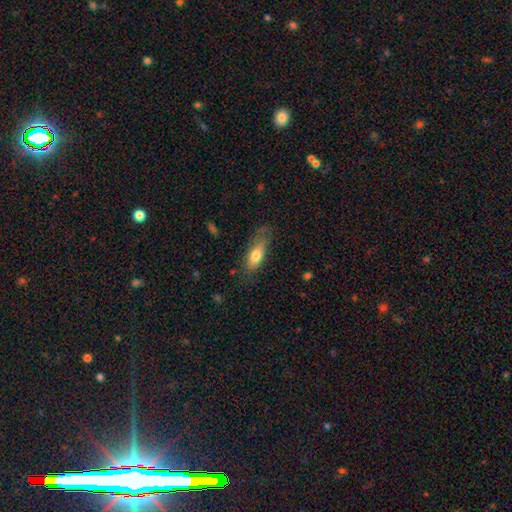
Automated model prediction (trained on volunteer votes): Smooth or featured?
  - smooth: 74% *
  - featured or disk: 20%
  - star or artifact: 7%
How rounded?
  - in between: 70% *
  - cigar-shaped: 27%
  - round: 3%
Merging?
  - none: 61% *
  - minor disturbance: 27%
  - major disturbance: 10%
  - merger: 2%